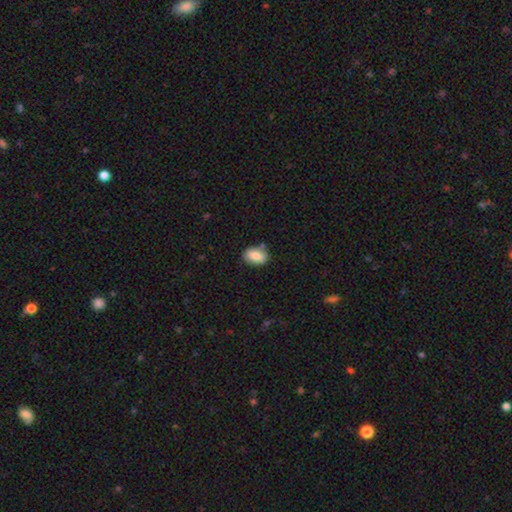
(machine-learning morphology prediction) smooth 84%, featured or disk 9%, star or artifact 7%. Down the decision tree: how rounded — in between (85%); merging — none (77%).